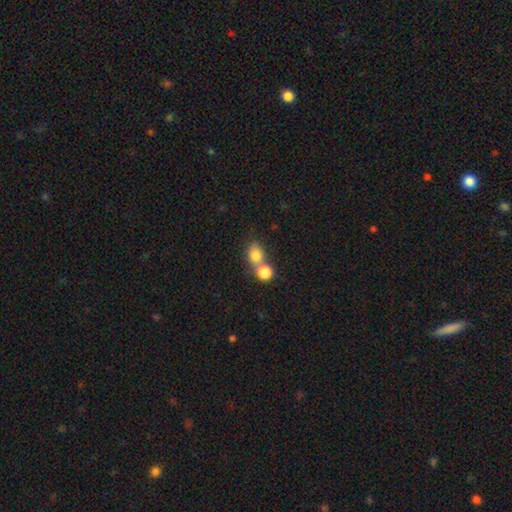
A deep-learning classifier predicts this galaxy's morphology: smooth 80%, star or artifact 11%, featured or disk 9%. Down the decision tree: how rounded — round (56%); merging — merger (49%).